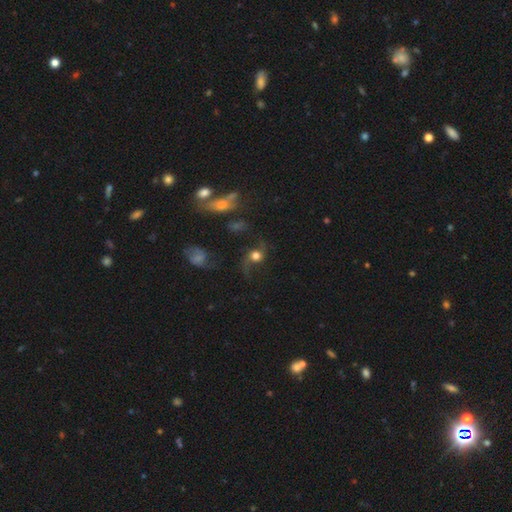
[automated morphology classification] type=featured or disk (58%); edge-on=no (94%); bar=no (74%); spiral arms=yes (89%); bulge=large (42%); merging=none (57%).